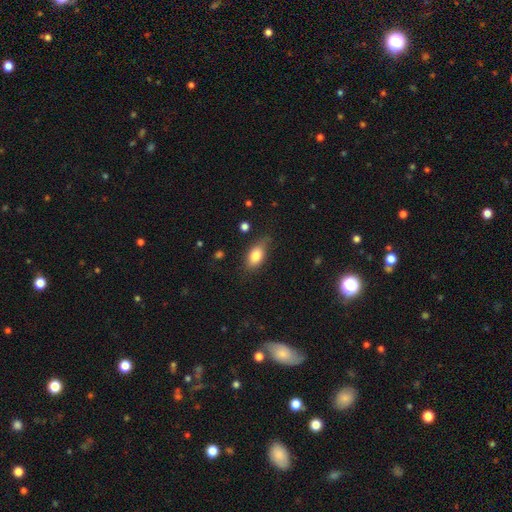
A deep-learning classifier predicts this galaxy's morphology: Smooth or featured? smooth (81%)
How rounded? in between (87%)
Merging? none (69%)